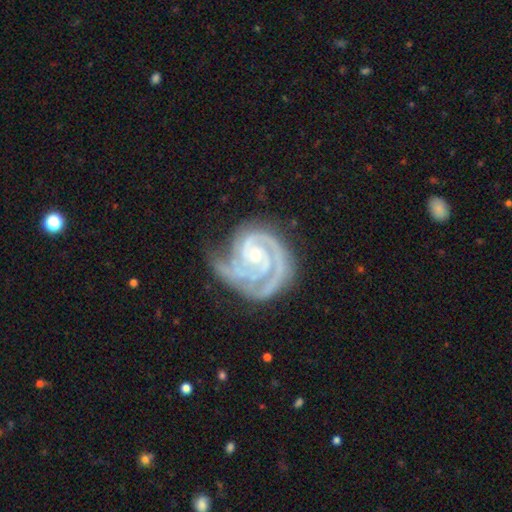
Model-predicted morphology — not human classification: Smooth or featured: featured or disk — 93% (star or artifact — 4%)
Edge-on disk: no — 98% (yes — 2%)
Bar: no — 67% (weak — 24%)
Spiral arms: yes — 99% (no — 1%)
Spiral winding: tight — 74% (medium — 23%)
Spiral arm count: 3 — 40% (2 — 39%)
Bulge size: small — 64% (moderate — 33%)
Merging: none — 56% (minor disturbance — 26%)